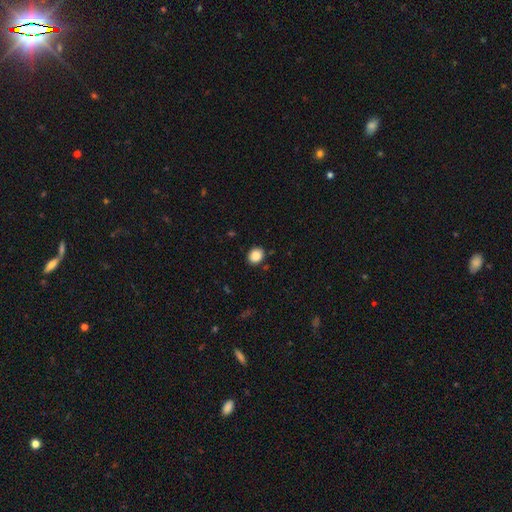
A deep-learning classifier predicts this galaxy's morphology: A smooth galaxy with no disk features (87%) that is round (66%). Merging: none (88%).